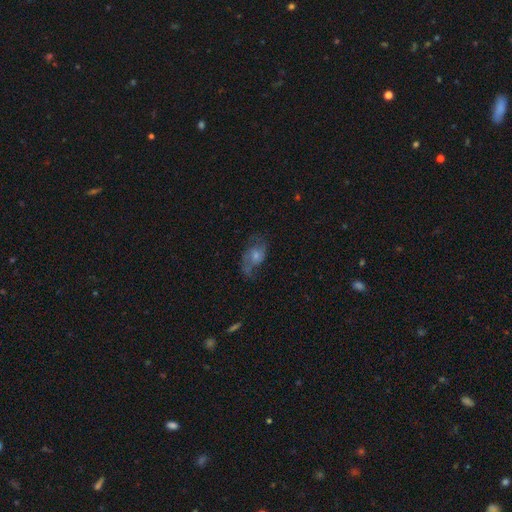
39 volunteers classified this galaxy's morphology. Smooth or featured: featured or disk — 72% (smooth — 21%)
Edge-on disk: no — 89% (yes — 11%)
Bar: no — 76% (weak — 20%)
Spiral arms: yes — 92% (no — 8%)
Spiral winding: loose — 52% (medium — 35%)
Spiral arm count: 2 — 78% (can't tell — 17%)
Bulge size: small — 44% (moderate — 32%)
Merging: none — 67% (minor disturbance — 17%)